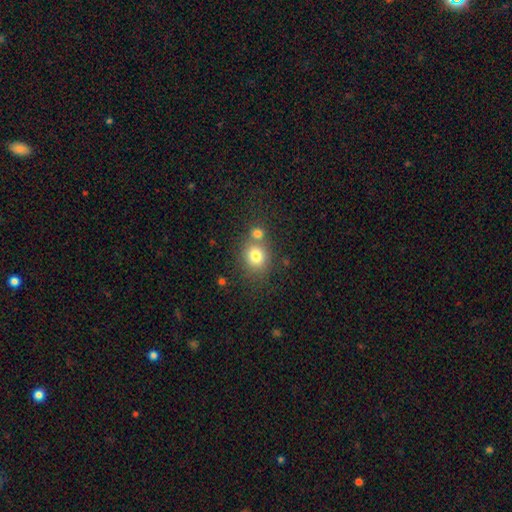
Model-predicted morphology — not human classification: Smooth or featured?
  - smooth: 78% *
  - star or artifact: 12%
  - featured or disk: 10%
How rounded?
  - round: 76% *
  - in between: 24%
  - cigar-shaped: 1%
Merging?
  - none: 54% *
  - merger: 34%
  - minor disturbance: 9%
  - major disturbance: 3%